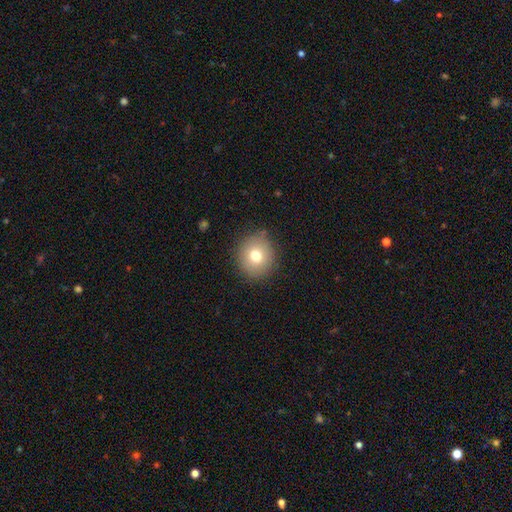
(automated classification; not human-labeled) smooth-or-featured: smooth: 74% | featured or disk: 14% | star or artifact: 12%
  how-rounded: round: 87% | in between: 12% | cigar-shaped: 1%
  merging: none: 85% | minor disturbance: 11% | major disturbance: 3% | merger: 1%